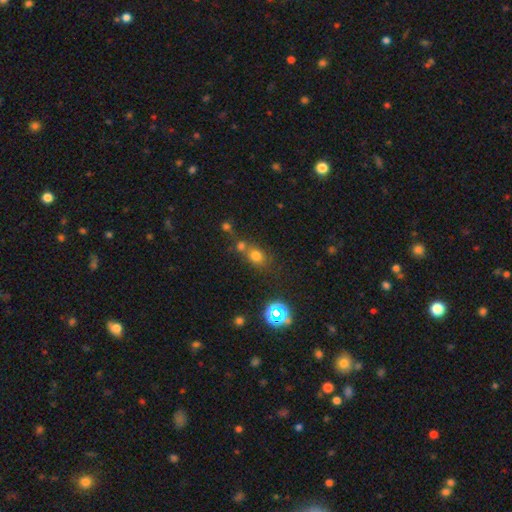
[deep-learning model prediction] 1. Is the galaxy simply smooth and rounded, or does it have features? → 70% smooth, 21% star or artifact, 9% featured or disk.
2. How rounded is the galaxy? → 62% round, 36% in between, 2% cigar-shaped.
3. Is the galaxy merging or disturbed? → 48% none, 35% merger, 11% minor disturbance, 6% major disturbance.